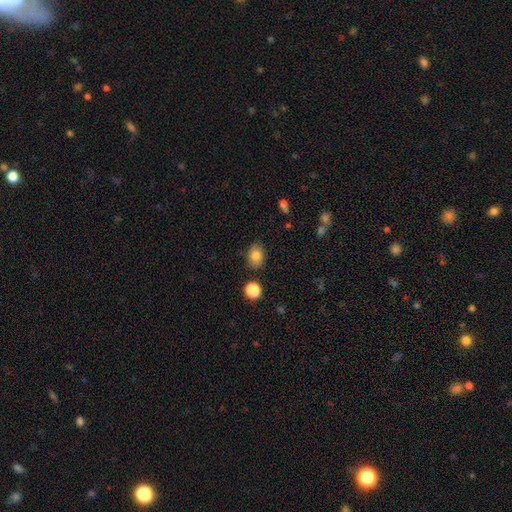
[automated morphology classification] Q: Smooth or featured?
A: smooth (82%); runner-up: star or artifact (10%)
Q: How rounded?
A: in between (67%); runner-up: round (31%)
Q: Merging?
A: none (81%); runner-up: minor disturbance (13%)